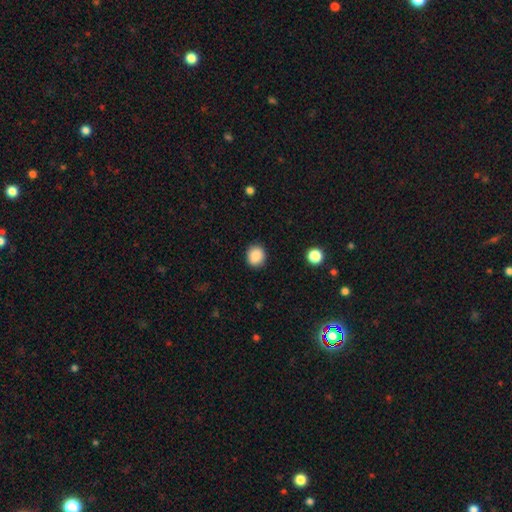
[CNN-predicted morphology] type=smooth (88%); roundness=round (79%); merging=none (90%).